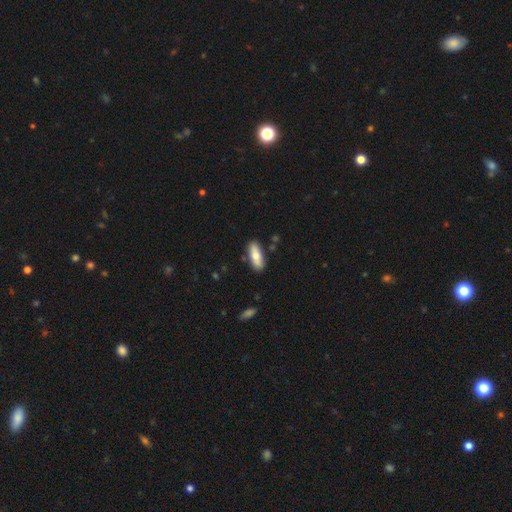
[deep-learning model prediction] A smooth galaxy with no disk features (72%) that is in between round and cigar-shaped (73%).

Vote fractions:
- Smooth or featured? smooth: 72% / featured or disk: 22% / star or artifact: 6%
- How rounded? in between: 73% / cigar-shaped: 25% / round: 2%
- Merging? none: 84% / minor disturbance: 11% / merger: 3% / major disturbance: 2%